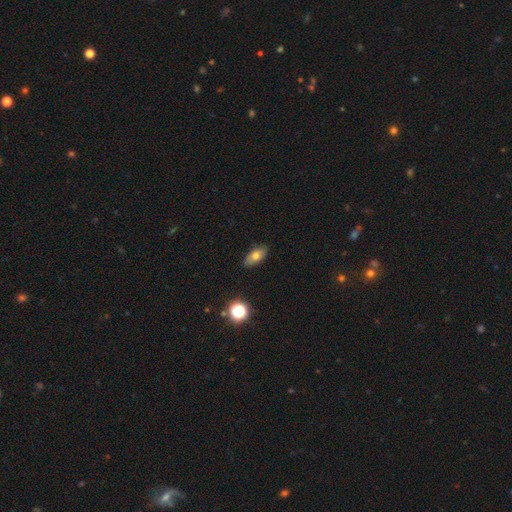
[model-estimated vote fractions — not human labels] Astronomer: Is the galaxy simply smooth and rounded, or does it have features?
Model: smooth — 68%.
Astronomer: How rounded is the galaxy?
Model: in between — 85%.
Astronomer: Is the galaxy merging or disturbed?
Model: none — 82%.